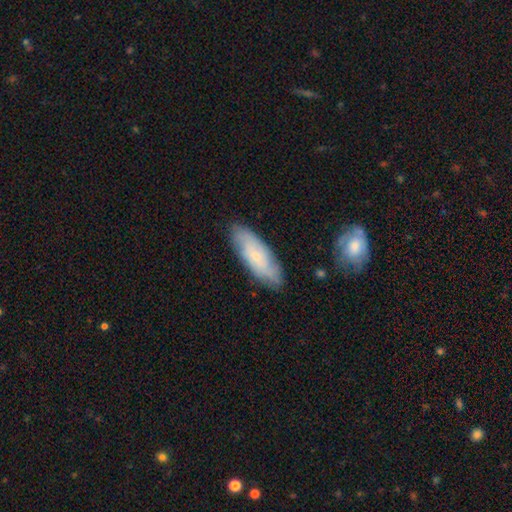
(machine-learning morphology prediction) A featured or disk galaxy (47%). Merging: none (81%).